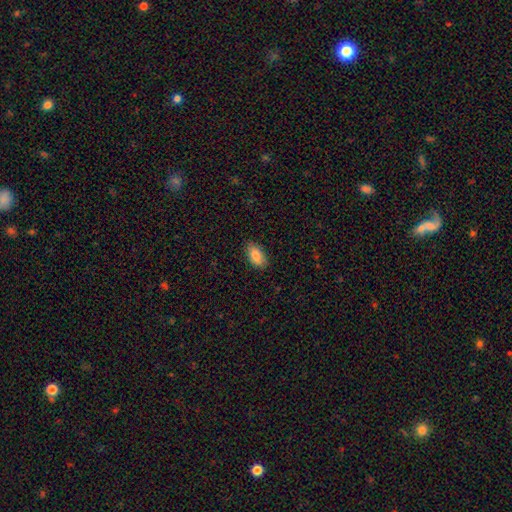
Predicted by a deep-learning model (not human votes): A smooth galaxy with no disk features (85%) that is in between round and cigar-shaped (93%).

Vote fractions:
- Smooth or featured? smooth: 85% / featured or disk: 8% / star or artifact: 7%
- How rounded? in between: 93% / cigar-shaped: 4% / round: 4%
- Merging? none: 86% / minor disturbance: 11% / major disturbance: 2% / merger: 1%